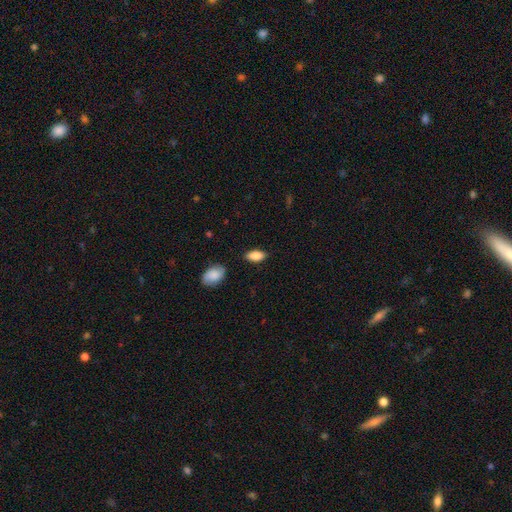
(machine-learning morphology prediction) Smooth or featured? Predicted: smooth (p=0.87). How rounded? Predicted: in between (p=0.91). Merging? Predicted: none (p=0.85).